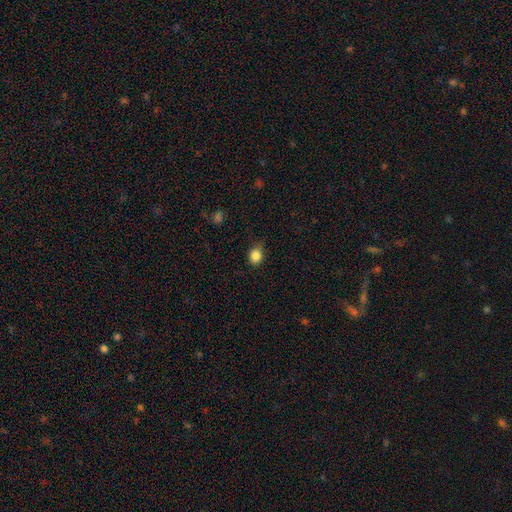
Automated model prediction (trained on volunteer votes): smooth-or-featured: smooth: 85% | star or artifact: 11% | featured or disk: 4%
  how-rounded: round: 55% | in between: 44% | cigar-shaped: 1%
  merging: none: 76% | minor disturbance: 19% | major disturbance: 4% | merger: 1%